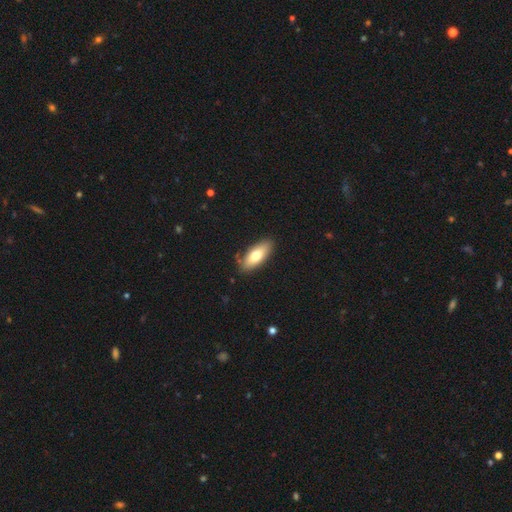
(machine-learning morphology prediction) smooth_or_featured: smooth (p=0.71) [alt: featured or disk p=0.23]
how_rounded: in between (p=0.77) [alt: cigar-shaped p=0.21]
merging: none (p=0.84) [alt: minor disturbance p=0.11]